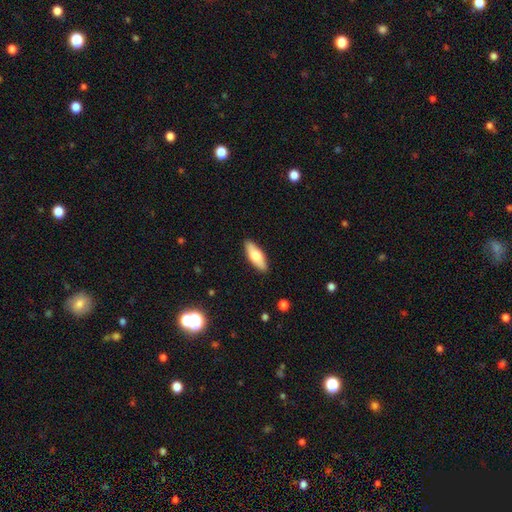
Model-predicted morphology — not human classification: smooth 72%, featured or disk 23%, star or artifact 5%. Down the decision tree: how rounded — in between (68%); merging — none (89%).